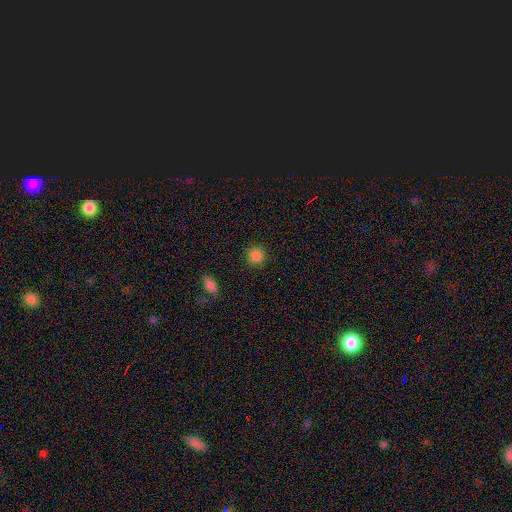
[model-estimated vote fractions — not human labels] This is clearly a smooth galaxy (86%). How rounded: clearly round (92%). Merging: clearly none (90%).